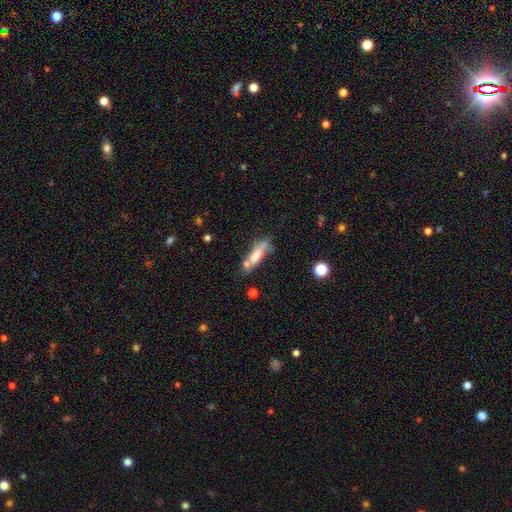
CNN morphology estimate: A smooth galaxy with no disk features (63%) that is cigar-shaped (61%). Merging: none (39%).